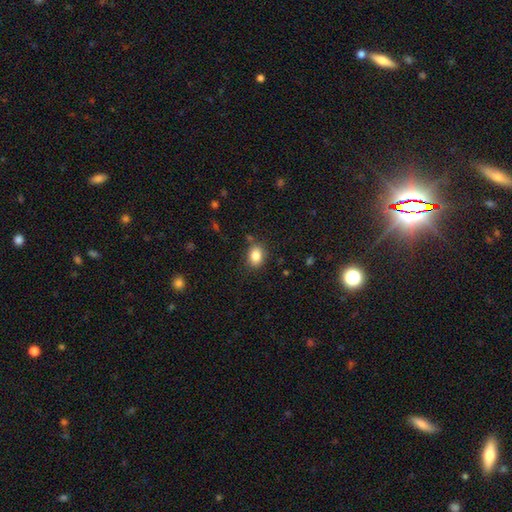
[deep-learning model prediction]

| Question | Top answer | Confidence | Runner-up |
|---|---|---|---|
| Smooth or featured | smooth | 85% | star or artifact (9%) |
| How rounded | in between | 65% | round (34%) |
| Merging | none | 83% | minor disturbance (11%) |